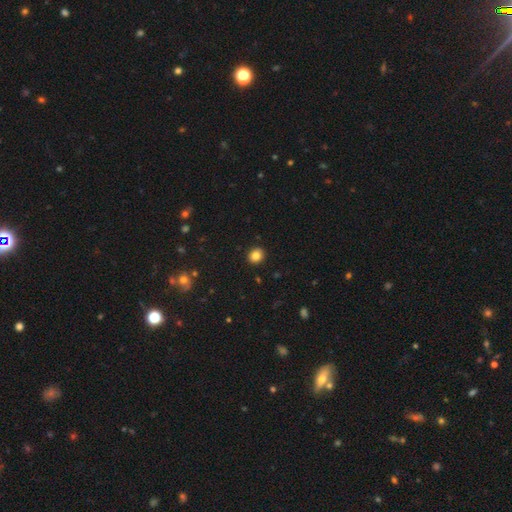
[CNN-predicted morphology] smooth 84%, star or artifact 11%, featured or disk 5%. Down the decision tree: how rounded — round (75%); merging — none (91%).